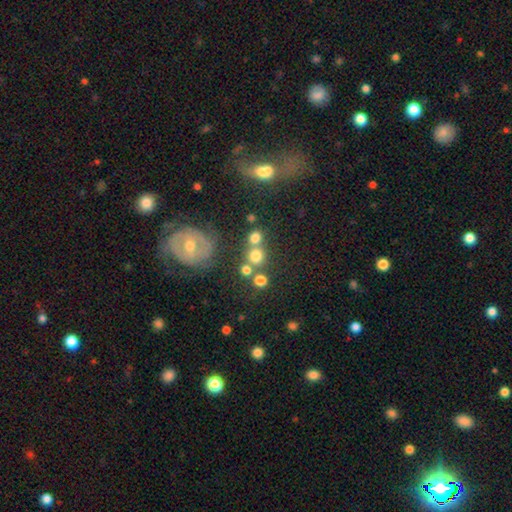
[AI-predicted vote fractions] Morphology: type=smooth (72%); roundness=round (87%); merging=none (57%).